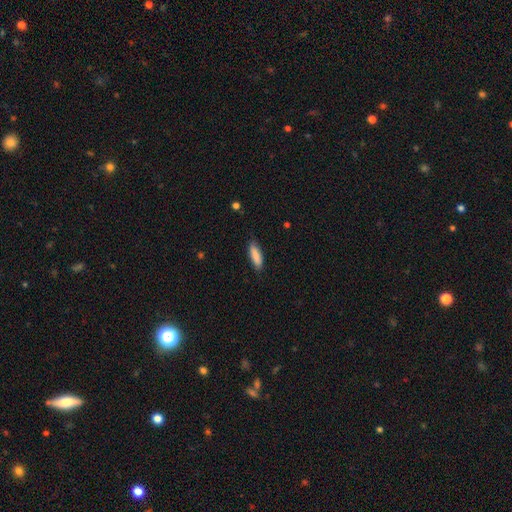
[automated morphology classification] type=smooth (86%); roundness=cigar-shaped (52%); merging=none (82%).